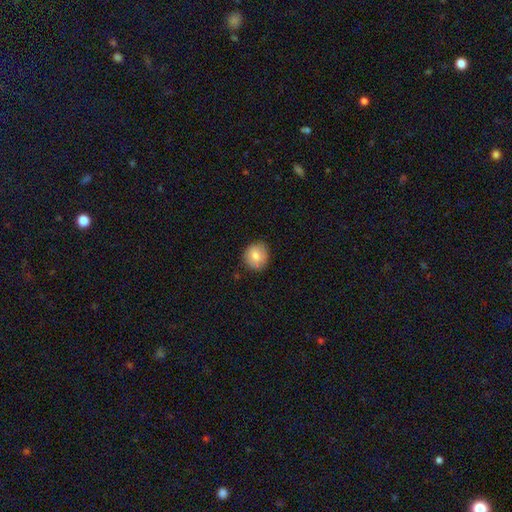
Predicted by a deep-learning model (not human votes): This is clearly a smooth galaxy (81%). How rounded: clearly round (85%). Merging: clearly none (83%).